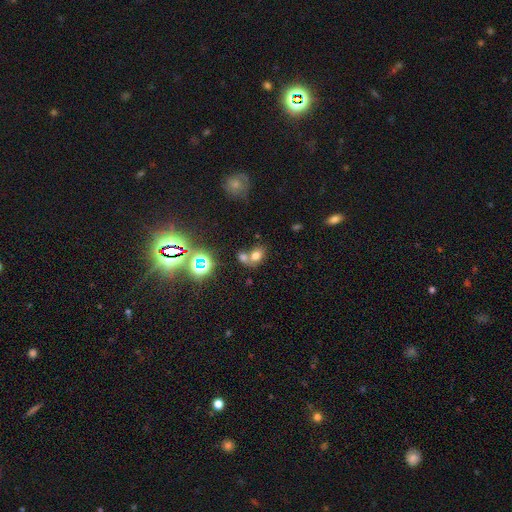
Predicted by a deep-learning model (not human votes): smooth-or-featured: smooth: 67% | star or artifact: 19% | featured or disk: 14%
  how-rounded: in between: 61% | round: 38% | cigar-shaped: 1%
  merging: merger: 50% | none: 37% | minor disturbance: 9% | major disturbance: 4%